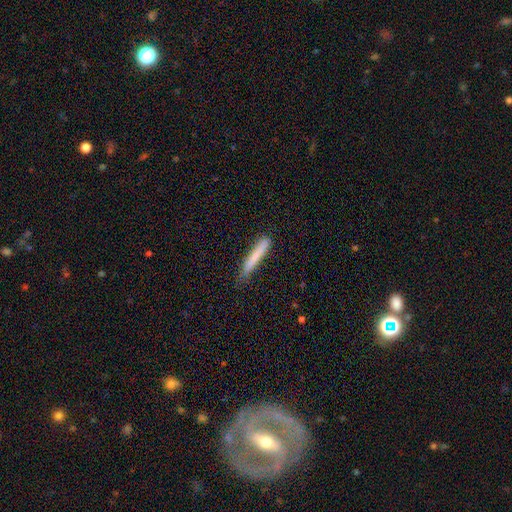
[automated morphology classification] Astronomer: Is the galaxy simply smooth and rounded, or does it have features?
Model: smooth — 75%.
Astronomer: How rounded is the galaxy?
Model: cigar-shaped — 96%.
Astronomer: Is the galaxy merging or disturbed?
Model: none — 79%.